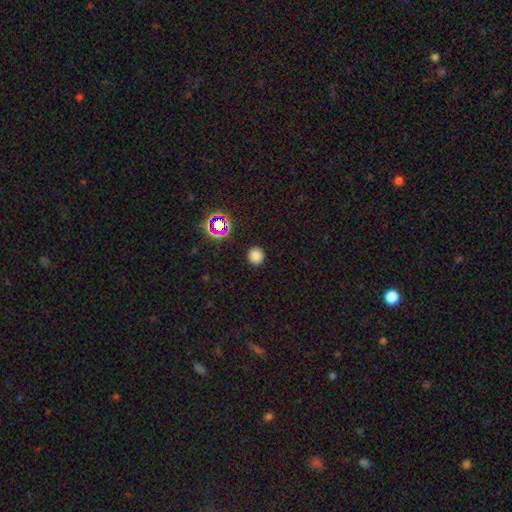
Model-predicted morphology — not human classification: Smooth or featured?
  - smooth: 78% *
  - star or artifact: 17%
  - featured or disk: 5%
How rounded?
  - round: 90% *
  - in between: 9%
  - cigar-shaped: 1%
Merging?
  - none: 90% *
  - minor disturbance: 6%
  - major disturbance: 2%
  - merger: 1%